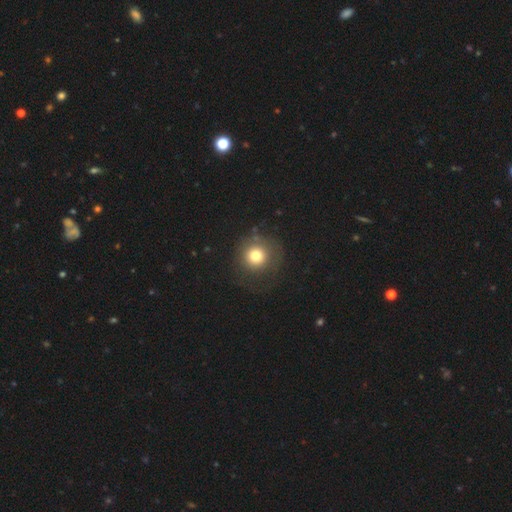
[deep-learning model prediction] Smooth or featured? Predicted: smooth (p=0.73). How rounded? Predicted: round (p=0.94). Merging? Predicted: none (p=0.72).